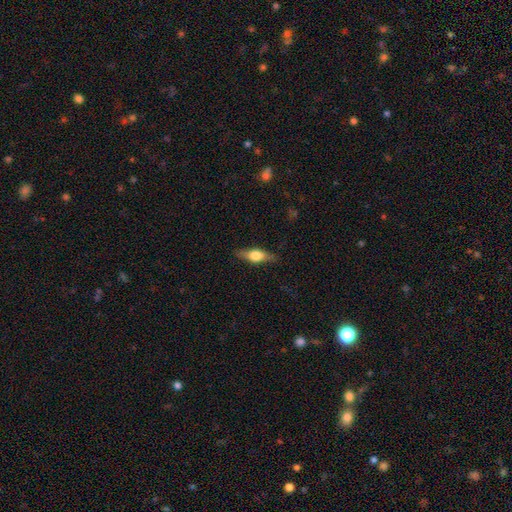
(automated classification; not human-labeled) Smooth or featured: smooth — 49% (featured or disk — 44%)
Merging: none — 83% (minor disturbance — 13%)